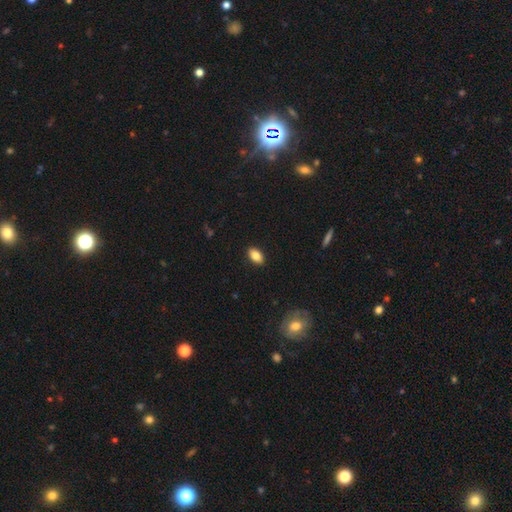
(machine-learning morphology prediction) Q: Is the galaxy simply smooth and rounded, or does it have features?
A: smooth — 84%.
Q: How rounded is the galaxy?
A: in between — 92%.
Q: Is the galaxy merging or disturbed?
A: none — 89%.